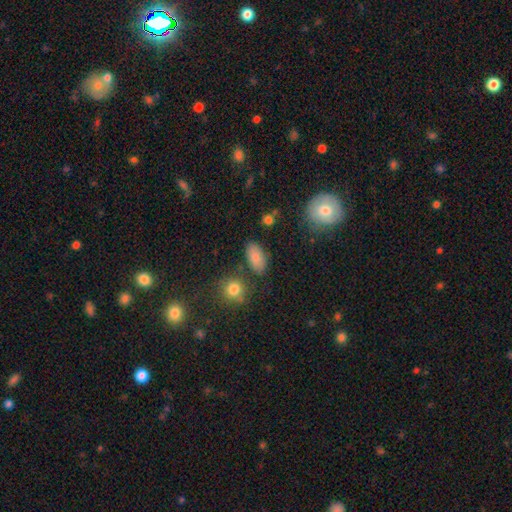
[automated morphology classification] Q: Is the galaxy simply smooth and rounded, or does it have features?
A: smooth — 82%.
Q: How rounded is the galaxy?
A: in between — 91%.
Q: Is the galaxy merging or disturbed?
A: none — 77%.